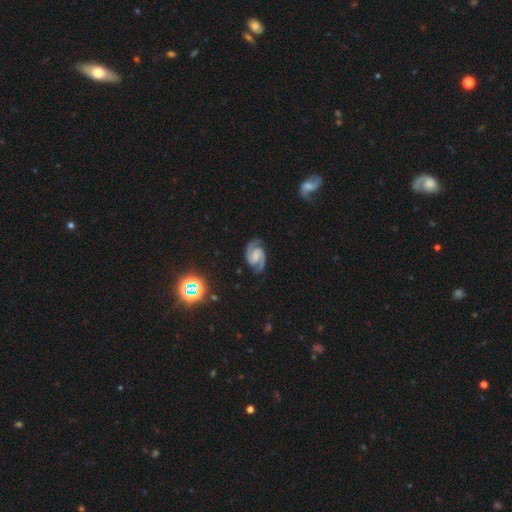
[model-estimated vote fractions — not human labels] smooth_or_featured: featured or disk (p=0.91) [alt: star or artifact p=0.05]
disk_edge_on: no (p=0.98) [alt: yes p=0.02]
bar: weak (p=0.46) [alt: no p=0.38]
has_spiral_arms: yes (p=0.99) [alt: no p=0.01]
spiral_winding: medium (p=0.59) [alt: tight p=0.32]
spiral_arm_count: 2 (p=0.94) [alt: can't tell p=0.02]
bulge_size: small (p=0.36) [alt: moderate p=0.30]
merging: none (p=0.83) [alt: minor disturbance p=0.12]